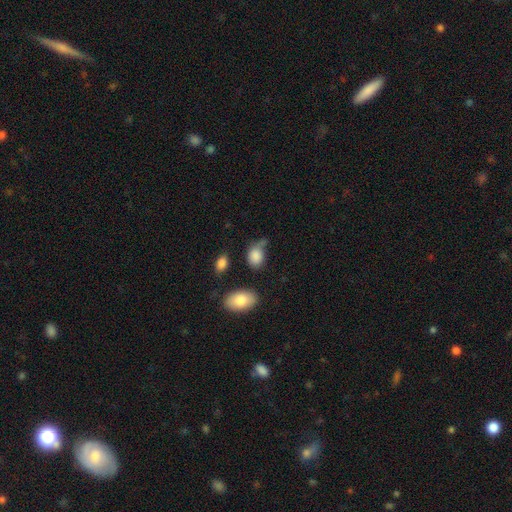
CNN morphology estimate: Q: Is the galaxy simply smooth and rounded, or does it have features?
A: smooth — 83%.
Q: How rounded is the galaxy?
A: in between — 73%.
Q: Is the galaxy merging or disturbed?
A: none — 44%.